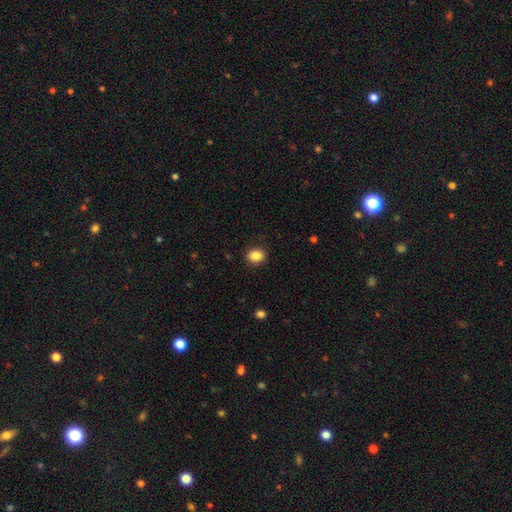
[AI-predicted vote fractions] This is clearly a smooth galaxy (87%). How rounded: possibly round (54%). Merging: clearly none (89%).